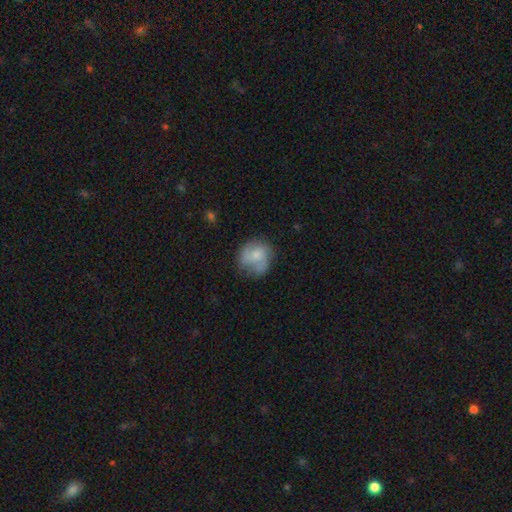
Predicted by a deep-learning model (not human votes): Smooth or featured? smooth (53%)
How rounded? round (75%)
Merging? none (53%)